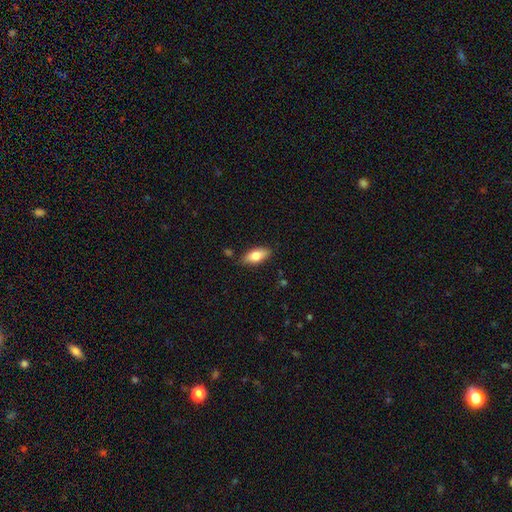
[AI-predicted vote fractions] This is likely a smooth galaxy (76%). How rounded: clearly in between (83%). Merging: clearly none (82%).